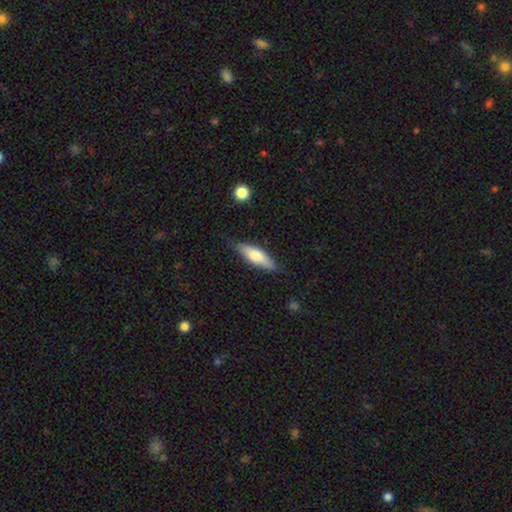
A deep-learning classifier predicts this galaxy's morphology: Smooth or featured? smooth (65%)
How rounded? cigar-shaped (50%)
Merging? none (79%)